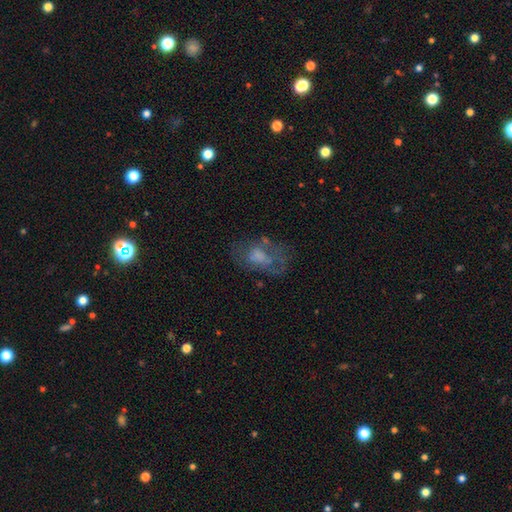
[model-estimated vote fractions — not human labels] Smooth or featured?
  - featured or disk: 45% *
  - smooth: 39%
  - star or artifact: 15%
Merging?
  - none: 48% *
  - major disturbance: 26%
  - minor disturbance: 21%
  - merger: 4%